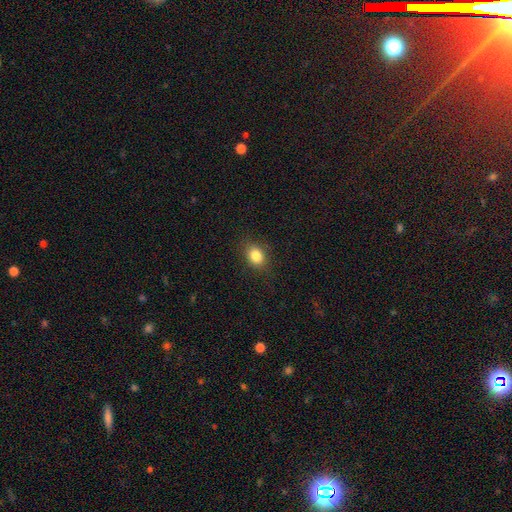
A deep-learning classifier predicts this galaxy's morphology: Smooth or featured? smooth (84%)
How rounded? in between (59%)
Merging? none (86%)